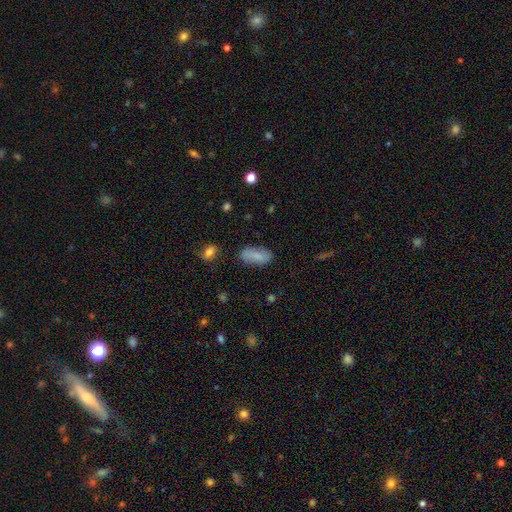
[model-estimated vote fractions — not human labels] A smooth galaxy with no disk features (78%) that is in between round and cigar-shaped (84%).

Vote fractions:
- Smooth or featured? smooth: 78% / featured or disk: 14% / star or artifact: 8%
- How rounded? in between: 84% / cigar-shaped: 13% / round: 3%
- Merging? none: 78% / minor disturbance: 16% / major disturbance: 4% / merger: 3%